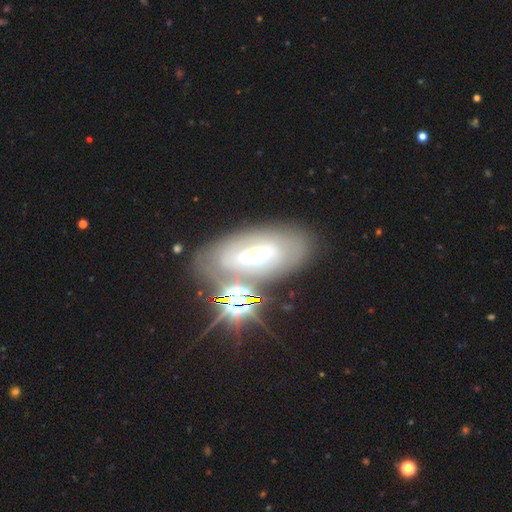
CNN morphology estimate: smooth-or-featured: featured or disk: 61% | smooth: 22% | star or artifact: 16%
  disk-edge-on: no: 85% | yes: 15%
    bar: strong: 38% | weak: 34% | no: 27%
    has-spiral-arms: yes: 51% | no: 49%
    bulge-size: small: 54% | moderate: 39% | large: 4% | none: 2% | dominant: 2%
  merging: none: 70% | minor disturbance: 14% | merger: 9% | major disturbance: 7%